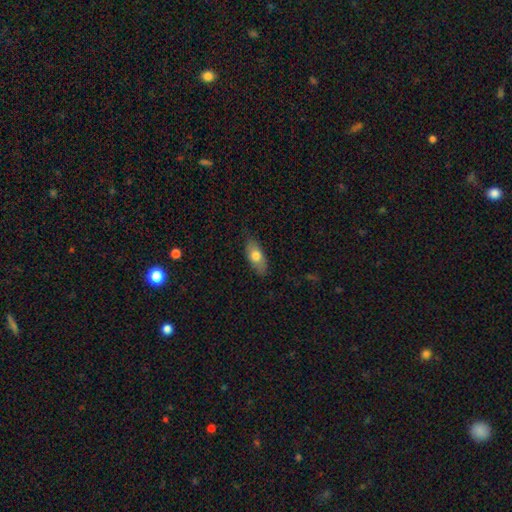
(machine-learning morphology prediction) A smooth galaxy with no disk features (71%) that is in between round and cigar-shaped (84%). Merging: none (79%).